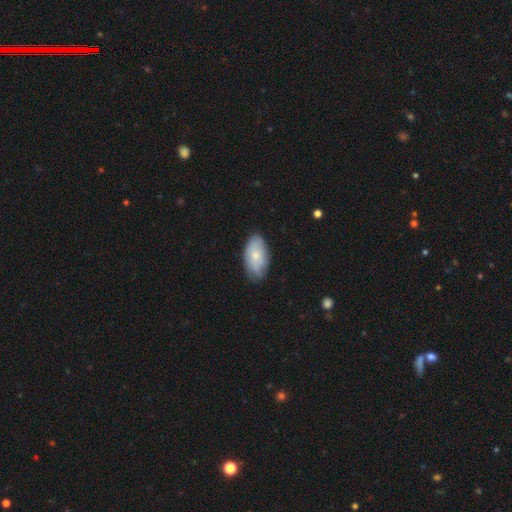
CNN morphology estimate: This is likely a smooth galaxy (69%). How rounded: clearly in between (94%). Merging: likely none (76%).